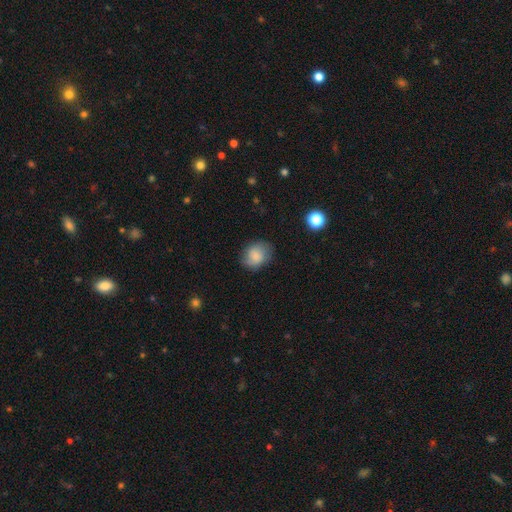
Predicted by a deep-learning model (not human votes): Smooth or featured?
  - smooth: 79% *
  - featured or disk: 12%
  - star or artifact: 8%
How rounded?
  - in between: 52% *
  - round: 47%
  - cigar-shaped: 1%
Merging?
  - none: 75% *
  - minor disturbance: 19%
  - major disturbance: 5%
  - merger: 1%